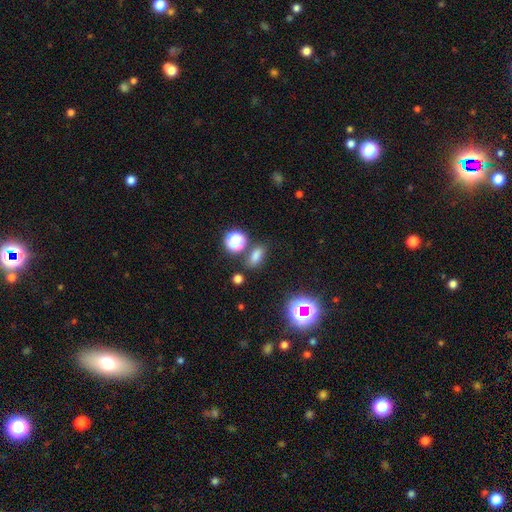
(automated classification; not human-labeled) Q: Smooth or featured?
A: smooth (70%); runner-up: star or artifact (23%)
Q: How rounded?
A: in between (76%); runner-up: round (17%)
Q: Merging?
A: none (74%); runner-up: minor disturbance (13%)